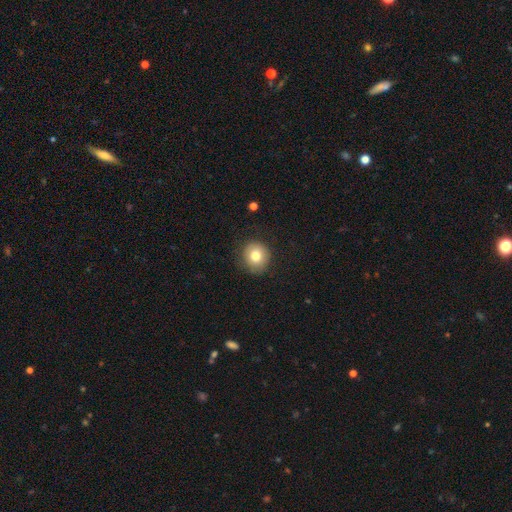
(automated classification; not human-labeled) This is likely a smooth galaxy (79%). How rounded: clearly round (86%). Merging: clearly none (84%).